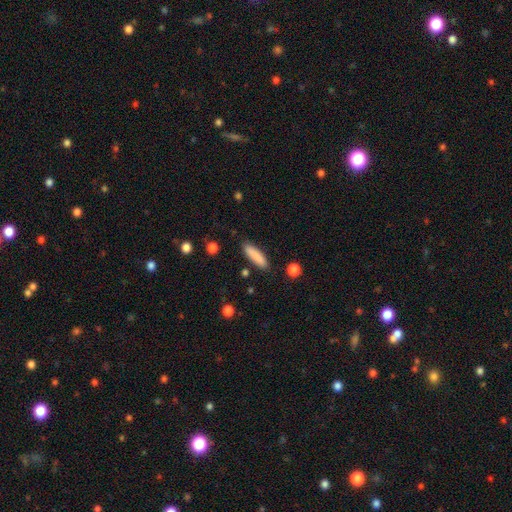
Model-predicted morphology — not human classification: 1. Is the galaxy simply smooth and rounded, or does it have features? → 86% smooth, 8% featured or disk, 6% star or artifact.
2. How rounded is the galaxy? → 71% cigar-shaped, 28% in between, 2% round.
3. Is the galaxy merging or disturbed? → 87% none, 9% minor disturbance, 2% merger, 2% major disturbance.